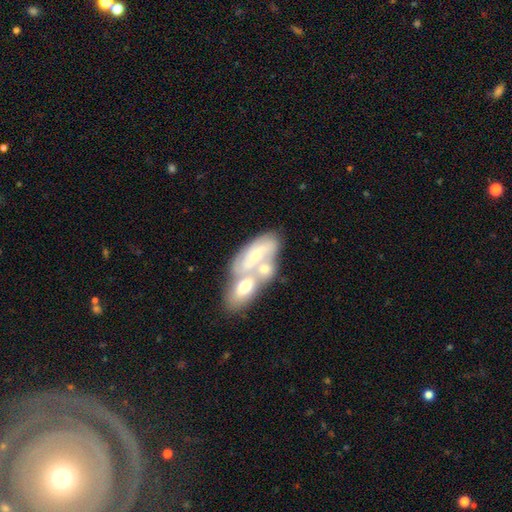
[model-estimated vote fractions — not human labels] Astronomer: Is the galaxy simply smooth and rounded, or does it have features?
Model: featured or disk — 55% (runner-up: smooth, 38%).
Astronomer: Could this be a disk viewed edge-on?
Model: no — 91%.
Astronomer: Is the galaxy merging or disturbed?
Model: merger — 66%.